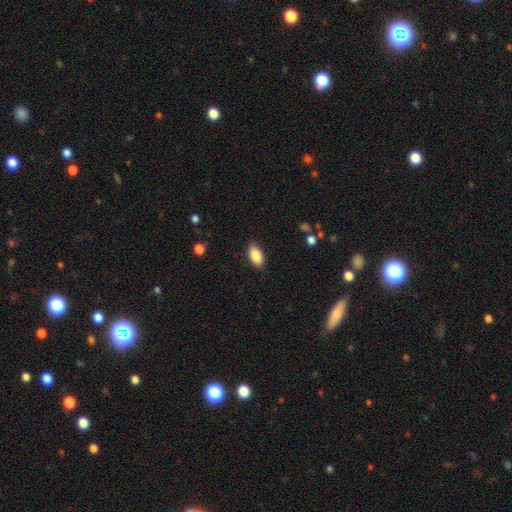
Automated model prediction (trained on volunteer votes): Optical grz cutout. It shows a smooth galaxy with no disk features (87%) that is in between round and cigar-shaped (91%). Merging: none (86%).